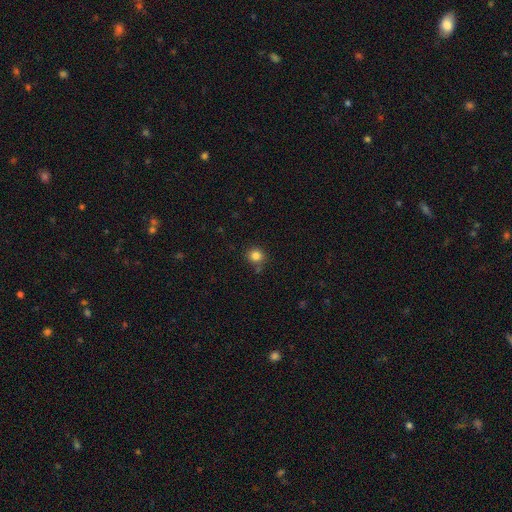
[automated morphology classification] type=smooth (83%); roundness=round (90%); merging=none (81%).